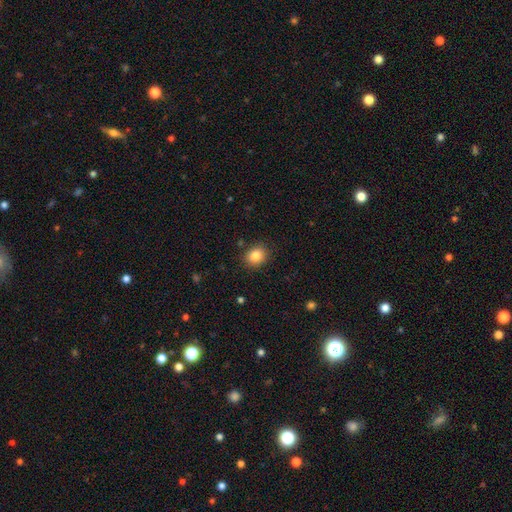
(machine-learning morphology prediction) smooth_or_featured: smooth (p=0.84) [alt: star or artifact p=0.10]
how_rounded: round (p=0.62) [alt: in between p=0.37]
merging: none (p=0.87) [alt: minor disturbance p=0.09]